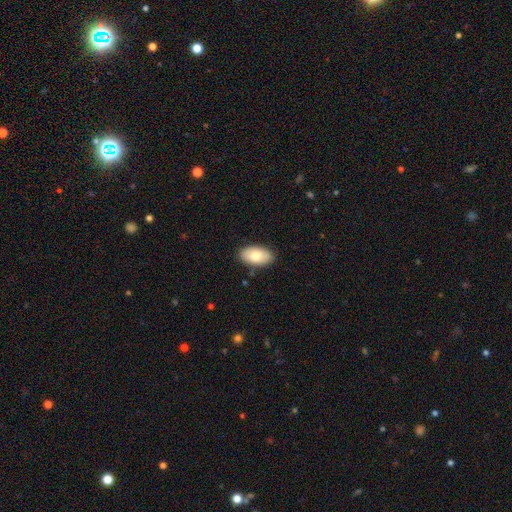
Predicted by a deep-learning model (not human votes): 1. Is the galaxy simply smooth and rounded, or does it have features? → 77% smooth, 17% featured or disk, 6% star or artifact.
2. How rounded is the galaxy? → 95% in between, 4% round, 2% cigar-shaped.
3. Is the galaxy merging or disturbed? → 87% none, 10% minor disturbance, 2% major disturbance, 1% merger.